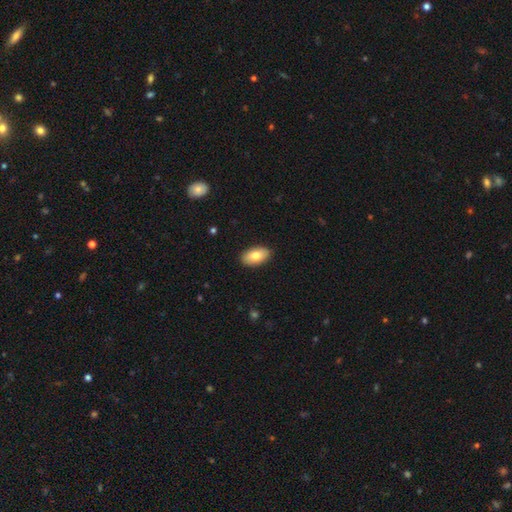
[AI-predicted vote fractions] This appears to be a smooth galaxy with no disk features (78%) that is in between round and cigar-shaped (94%). Merging: none (89%).